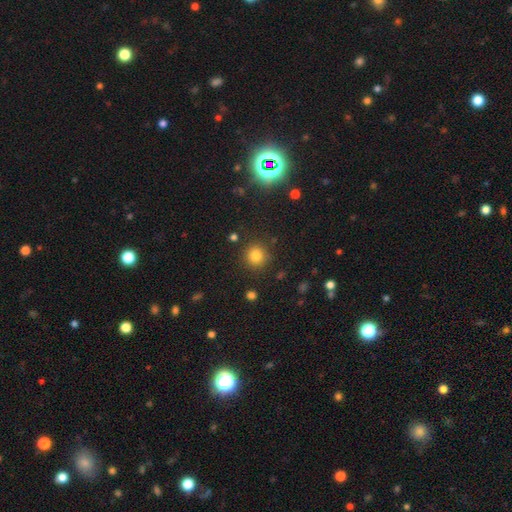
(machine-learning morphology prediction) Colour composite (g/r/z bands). It shows a smooth galaxy with no disk features (80%) that is round (93%). Merging: none (88%).